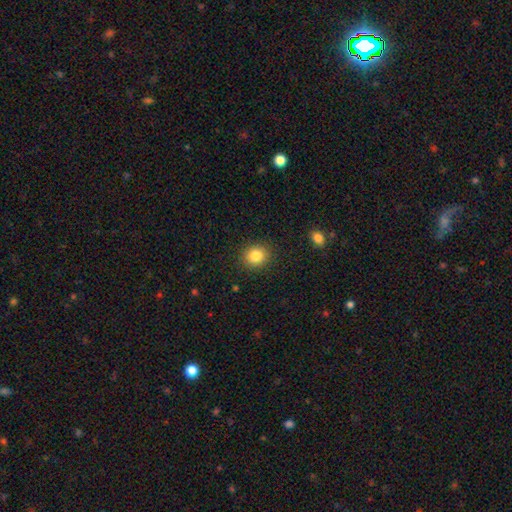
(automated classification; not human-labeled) This is clearly a smooth galaxy (85%). How rounded: likely round (78%). Merging: clearly none (89%).